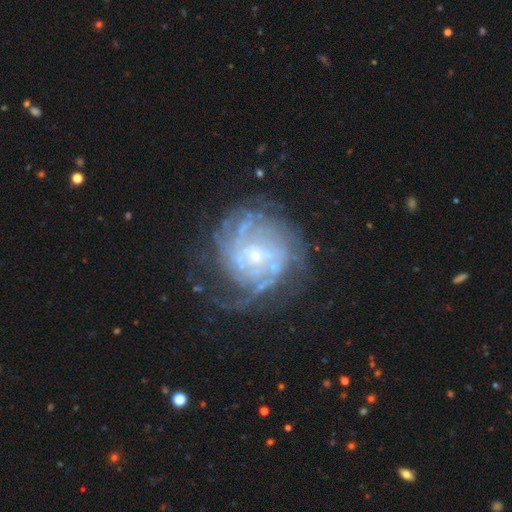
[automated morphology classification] smooth_or_featured: featured or disk (p=0.82) [alt: smooth p=0.10]
disk_edge_on: no (p=0.98) [alt: yes p=0.02]
bar: no (p=0.66) [alt: weak p=0.28]
has_spiral_arms: yes (p=0.89) [alt: no p=0.11]
spiral_winding: tight (p=0.59) [alt: medium p=0.30]
spiral_arm_count: can't tell (p=0.44) [alt: 2 p=0.17]
bulge_size: small (p=0.59) [alt: moderate p=0.28]
merging: none (p=0.62) [alt: minor disturbance p=0.18]